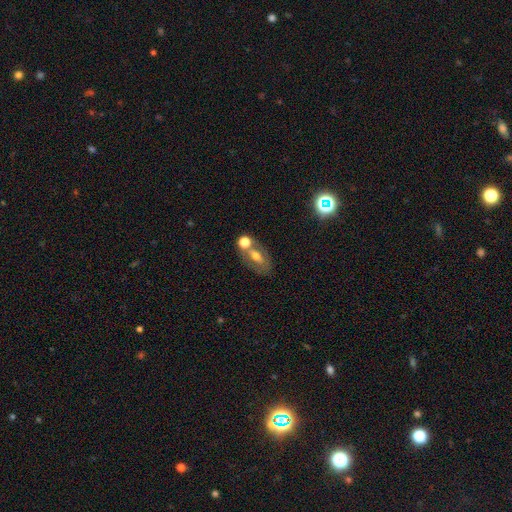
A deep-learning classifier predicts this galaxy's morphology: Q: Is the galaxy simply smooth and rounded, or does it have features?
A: smooth — 52%.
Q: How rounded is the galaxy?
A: in between — 81%.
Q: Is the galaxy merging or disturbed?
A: none — 45%.